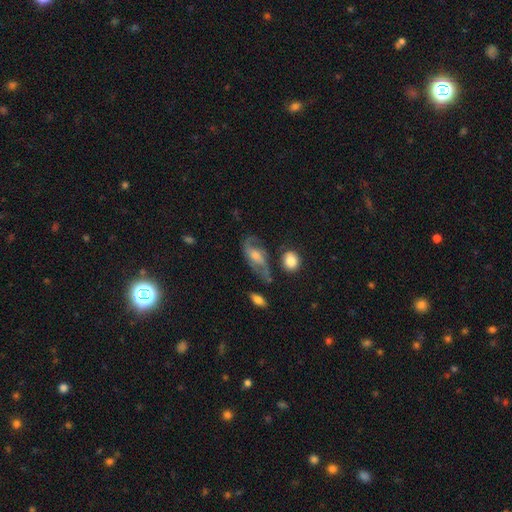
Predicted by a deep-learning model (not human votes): Smooth or featured? featured or disk (73%)
Edge-on disk? no (93%)
Bar? no (45%)
Spiral arms? yes (90%)
Spiral winding? medium (47%)
Spiral arm count? 2 (85%)
Bulge size? moderate (44%)
Merging? none (58%)